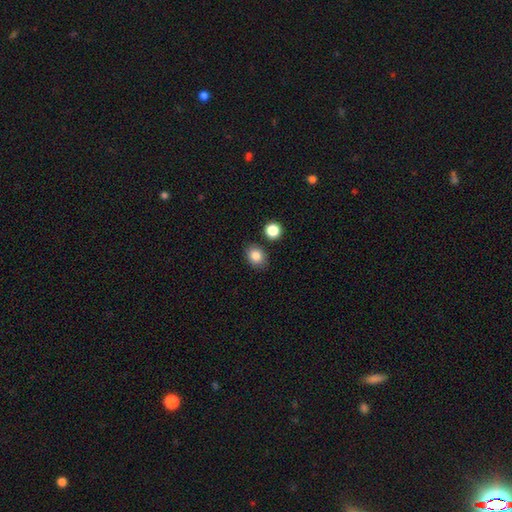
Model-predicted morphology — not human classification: This is clearly a smooth galaxy (85%). How rounded: possibly in between (56%). Merging: clearly none (80%).